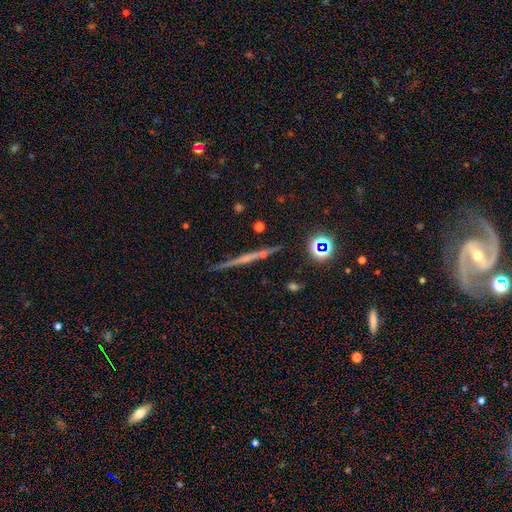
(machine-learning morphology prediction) type=featured or disk (55%); edge-on=yes (96%); edge-on bulge=none (74%); merging=none (88%).